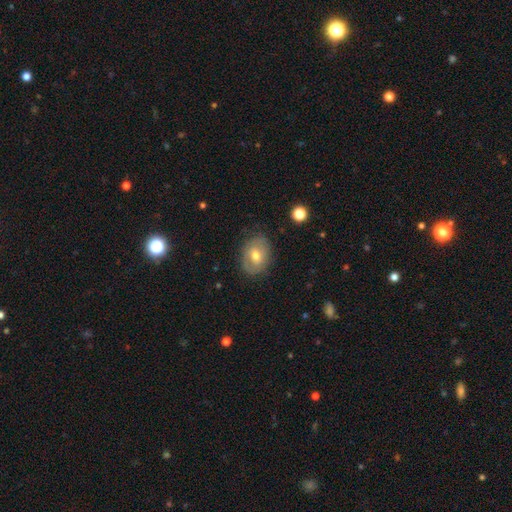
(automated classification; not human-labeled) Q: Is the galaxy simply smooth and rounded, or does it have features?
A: smooth — 48%.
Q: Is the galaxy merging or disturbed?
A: none — 76%.